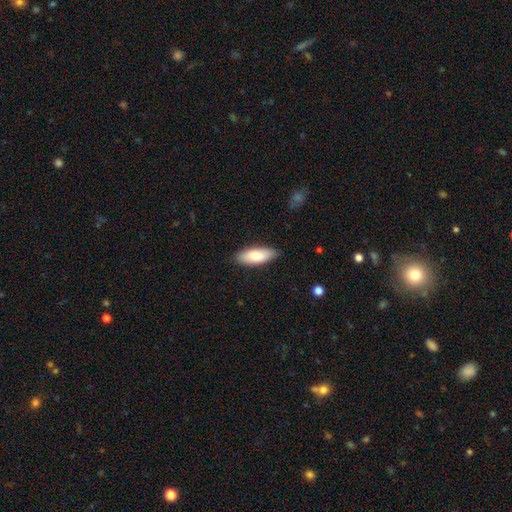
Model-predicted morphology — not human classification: smooth_or_featured: smooth (p=0.78) [alt: featured or disk p=0.16]
how_rounded: in between (p=0.73) [alt: cigar-shaped p=0.25]
merging: none (p=0.86) [alt: minor disturbance p=0.11]